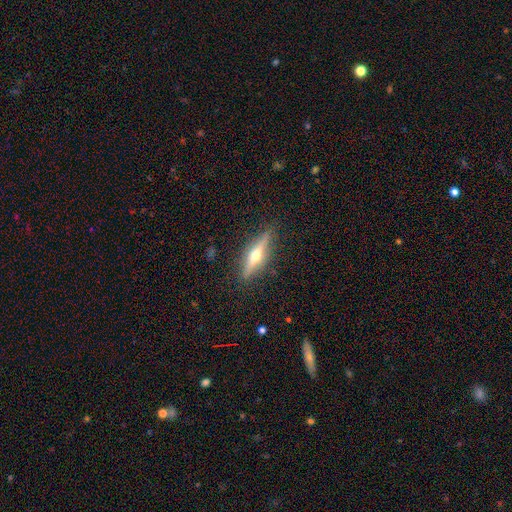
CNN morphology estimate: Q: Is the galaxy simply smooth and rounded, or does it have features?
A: featured or disk — 73%.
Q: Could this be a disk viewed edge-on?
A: yes — 96%.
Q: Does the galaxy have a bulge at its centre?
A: rounded — 95%.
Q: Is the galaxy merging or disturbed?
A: none — 88%.